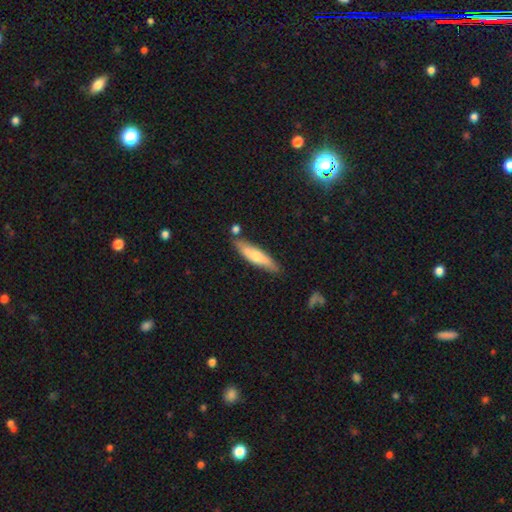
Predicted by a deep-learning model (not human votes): This is likely a smooth galaxy (62%). How rounded: likely cigar-shaped (79%). Merging: likely none (75%).